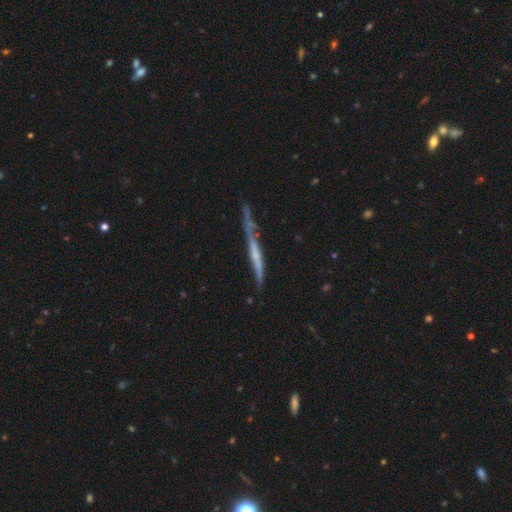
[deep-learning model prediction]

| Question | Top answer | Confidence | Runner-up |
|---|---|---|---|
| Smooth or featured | featured or disk | 63% | smooth (30%) |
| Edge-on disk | yes | 86% | no (14%) |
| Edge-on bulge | none | 66% | rounded (25%) |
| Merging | none | 54% | minor disturbance (28%) |